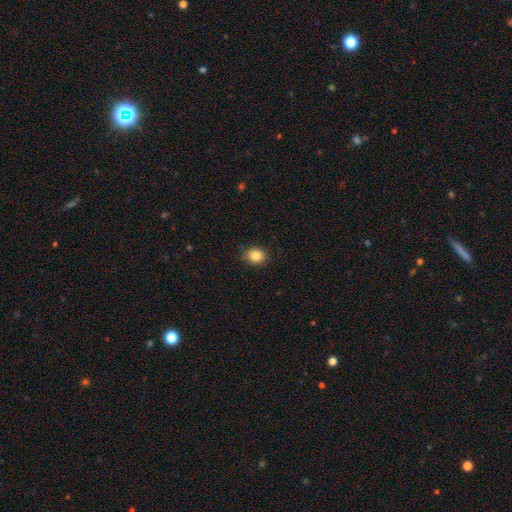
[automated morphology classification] Smooth or featured? smooth (85%)
How rounded? round (69%)
Merging? none (85%)